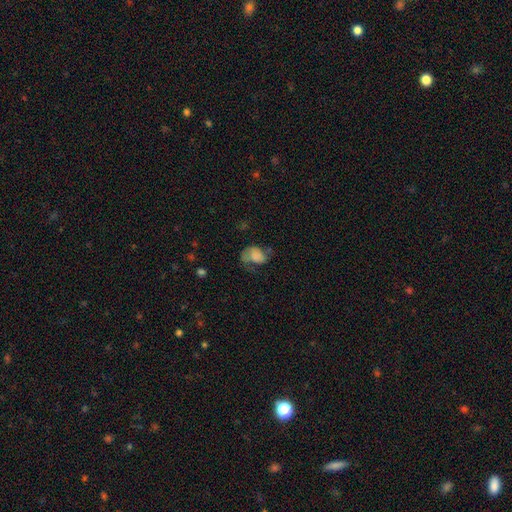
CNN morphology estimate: A smooth galaxy with no disk features (66%) that is in between round and cigar-shaped (75%). Merging: major disturbance (41%).